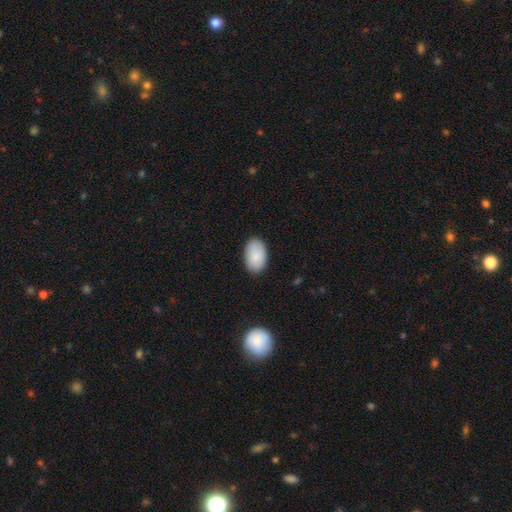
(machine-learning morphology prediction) Smooth or featured? smooth (88%)
How rounded? in between (93%)
Merging? none (87%)